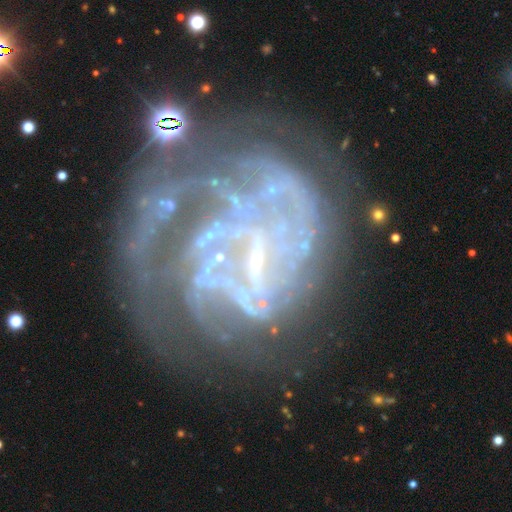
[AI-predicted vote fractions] This appears to be a featured or disk galaxy (82%) with no bar (43%), tight (46%) spiral arms (73%) and no central bulge (55%). Merging: major disturbance (38%, tied with none).